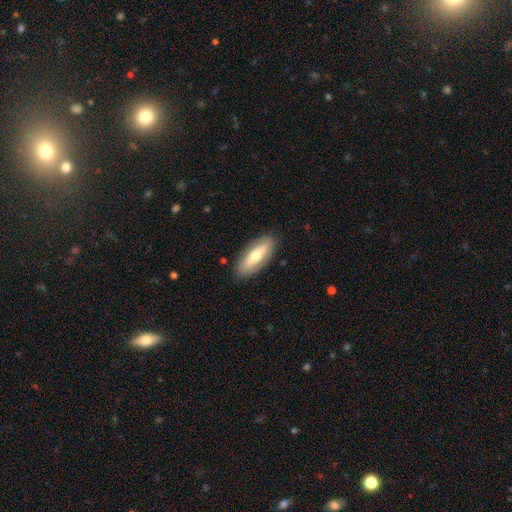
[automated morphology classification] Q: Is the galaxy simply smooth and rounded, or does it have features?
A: smooth — 59%.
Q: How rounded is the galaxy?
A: in between — 69%.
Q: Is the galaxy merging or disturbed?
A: none — 86%.